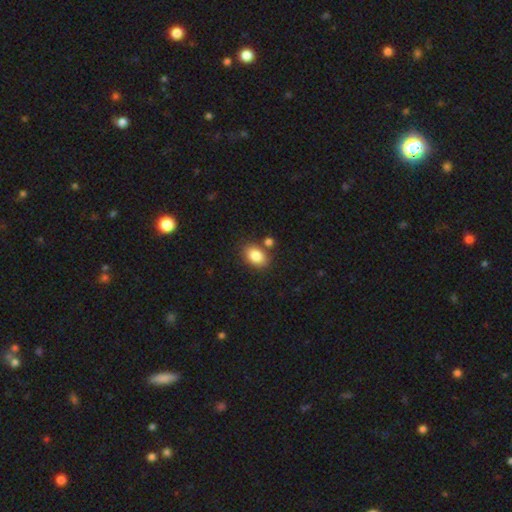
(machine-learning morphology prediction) A smooth galaxy with no disk features (85%) that is in between round and cigar-shaped (77%).

Vote fractions:
- Smooth or featured? smooth: 85% / star or artifact: 8% / featured or disk: 7%
- How rounded? in between: 77% / round: 22% / cigar-shaped: 1%
- Merging? none: 76% / minor disturbance: 11% / merger: 10% / major disturbance: 3%